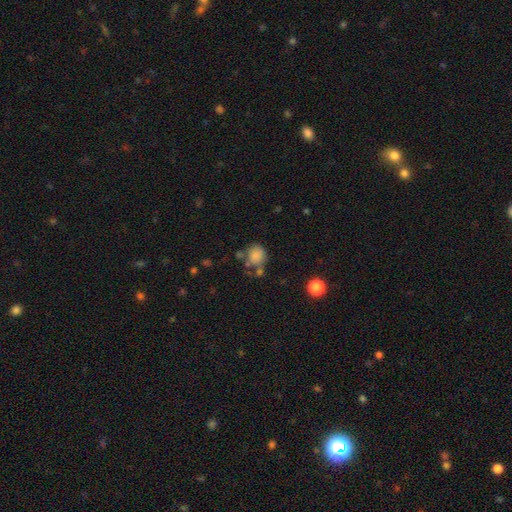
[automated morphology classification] Q: Smooth or featured?
A: smooth (82%); runner-up: star or artifact (11%)
Q: How rounded?
A: round (72%); runner-up: in between (27%)
Q: Merging?
A: none (53%); runner-up: minor disturbance (19%)